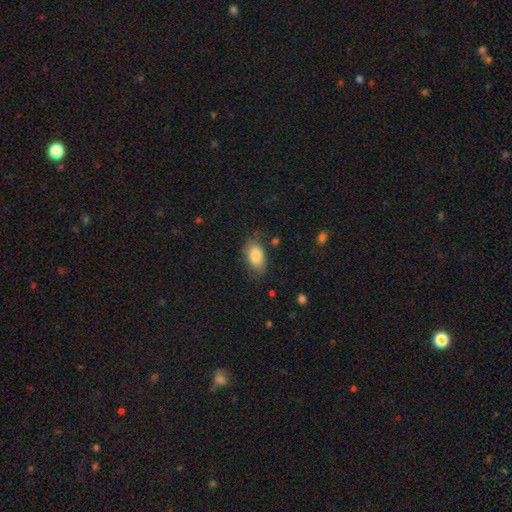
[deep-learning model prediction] The model was most divided on "merging": none: 73%, minor disturbance: 20%, major disturbance: 5%, merger: 2%. More confident: how rounded — in between (91%); smooth or featured — smooth (84%).